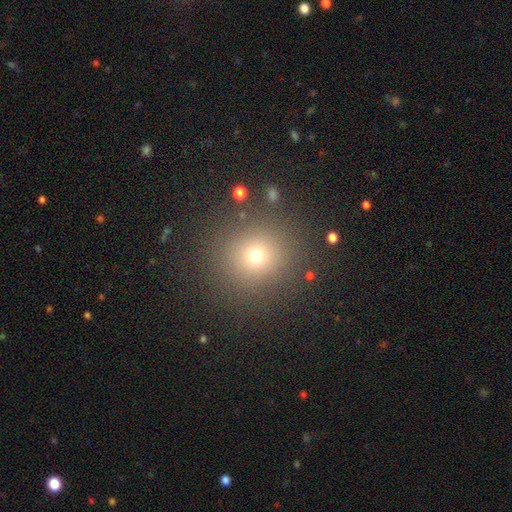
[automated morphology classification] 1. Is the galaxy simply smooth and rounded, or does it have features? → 69% smooth, 21% star or artifact, 9% featured or disk.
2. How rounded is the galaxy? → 89% round, 10% in between, 1% cigar-shaped.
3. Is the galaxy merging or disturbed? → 86% none, 8% minor disturbance, 4% major disturbance, 2% merger.